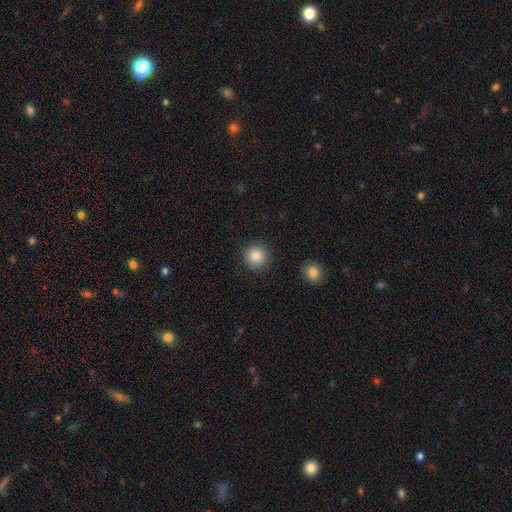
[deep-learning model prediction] Smooth or featured?
  - smooth: 86% *
  - star or artifact: 9%
  - featured or disk: 5%
How rounded?
  - round: 93% *
  - in between: 6%
  - cigar-shaped: 1%
Merging?
  - none: 90% *
  - minor disturbance: 6%
  - major disturbance: 2%
  - merger: 2%